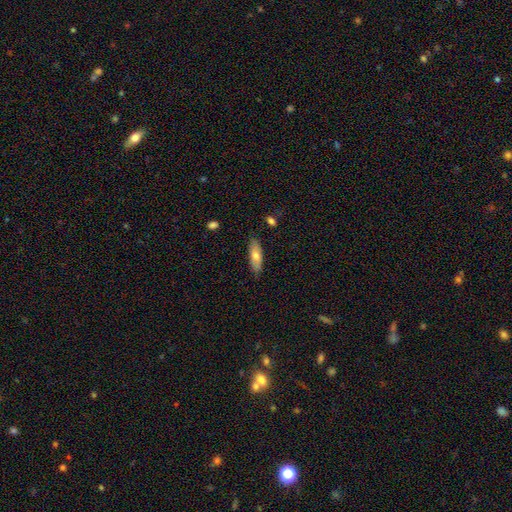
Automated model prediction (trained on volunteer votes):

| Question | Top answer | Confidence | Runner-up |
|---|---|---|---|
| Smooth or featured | smooth | 69% | featured or disk (24%) |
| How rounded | in between | 59% | cigar-shaped (39%) |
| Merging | none | 84% | minor disturbance (12%) |